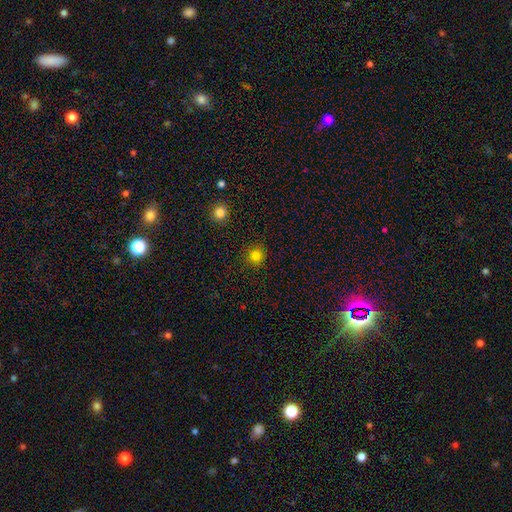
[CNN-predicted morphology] This appears to be a smooth galaxy with no disk features (82%) that is round (94%). Merging: none (91%).